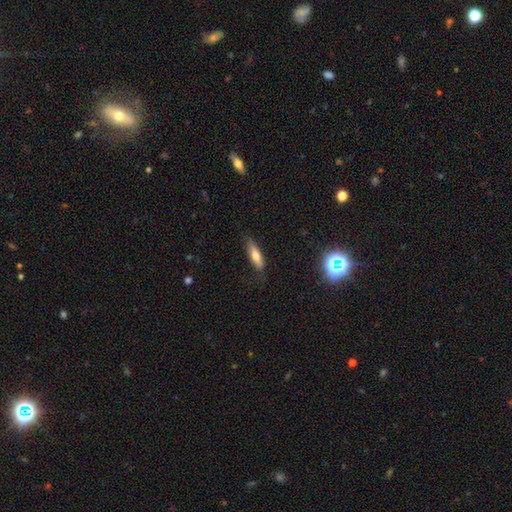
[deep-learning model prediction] This appears to be a smooth galaxy with no disk features (65%) that is cigar-shaped (61%). Merging: none (77%).